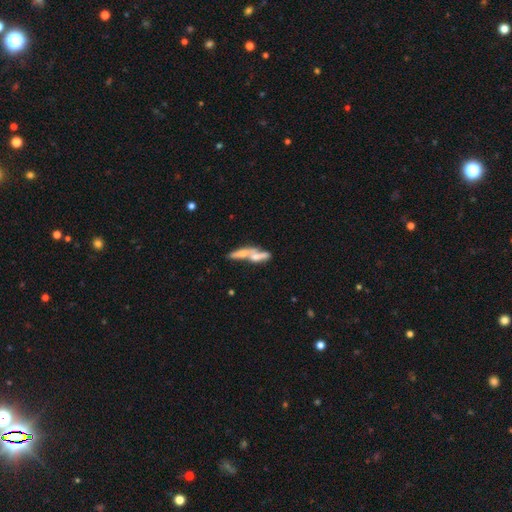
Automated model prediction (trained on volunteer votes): Smooth or featured? featured or disk (48%)
Merging? merger (53%)